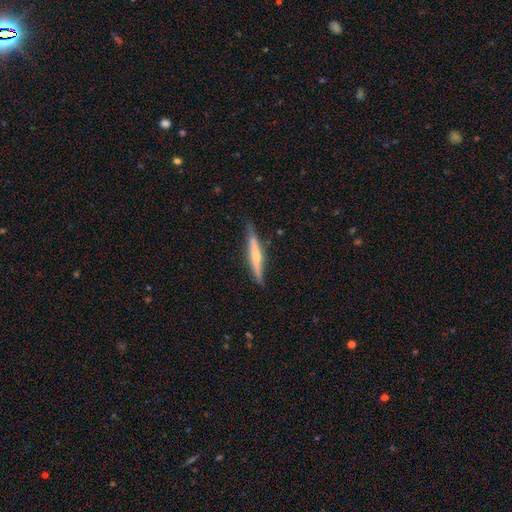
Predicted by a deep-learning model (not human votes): Q: Smooth or featured?
A: featured or disk (51%); runner-up: smooth (43%)
Q: Edge-on disk?
A: yes (93%); runner-up: no (7%)
Q: Merging?
A: none (79%); runner-up: minor disturbance (17%)